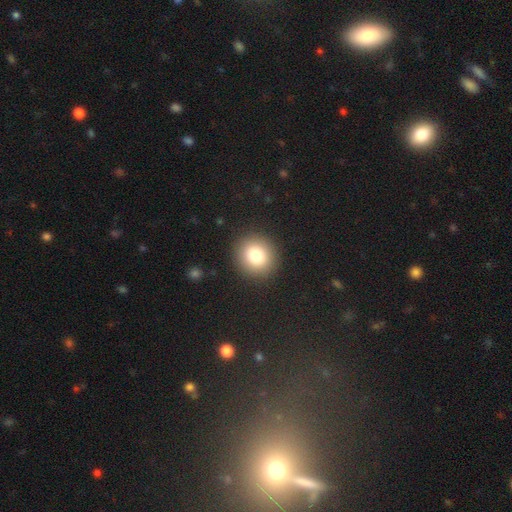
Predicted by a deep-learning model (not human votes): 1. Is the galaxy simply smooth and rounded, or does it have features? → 80% smooth, 11% star or artifact, 9% featured or disk.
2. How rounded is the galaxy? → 87% round, 12% in between, 1% cigar-shaped.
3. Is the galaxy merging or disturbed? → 91% none, 6% minor disturbance, 2% major disturbance, 1% merger.